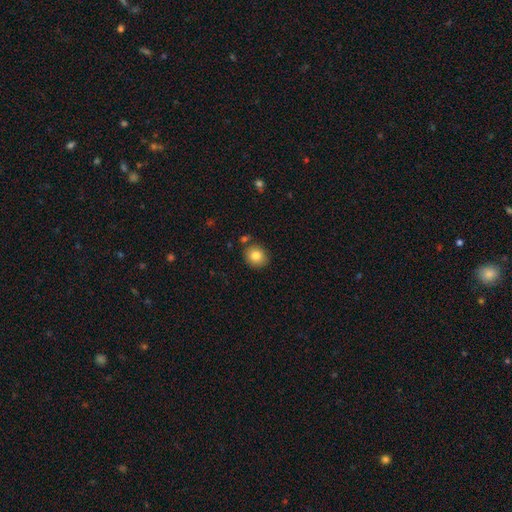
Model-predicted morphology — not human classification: Q: Smooth or featured?
A: smooth (82%); runner-up: star or artifact (9%)
Q: How rounded?
A: round (73%); runner-up: in between (26%)
Q: Merging?
A: none (82%); runner-up: minor disturbance (10%)